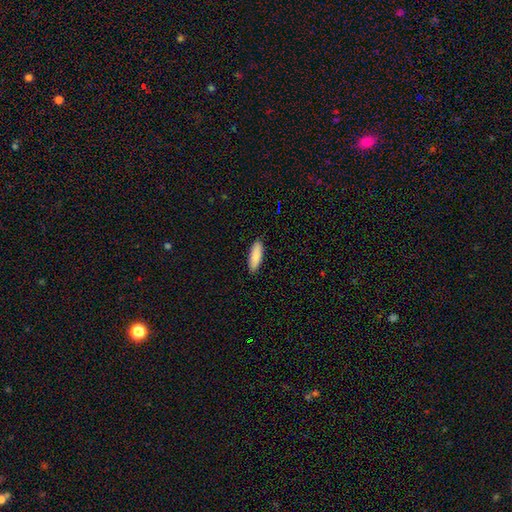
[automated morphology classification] A smooth galaxy with no disk features (89%) that is in between round and cigar-shaped (51%).

Vote fractions:
- Smooth or featured? smooth: 89% / star or artifact: 6% / featured or disk: 6%
- How rounded? in between: 51% / cigar-shaped: 48% / round: 1%
- Merging? none: 90% / minor disturbance: 7% / major disturbance: 2% / merger: 1%